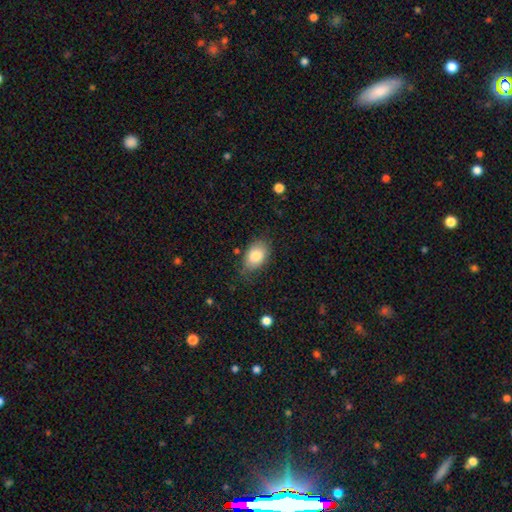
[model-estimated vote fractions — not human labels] Q: Smooth or featured?
A: smooth (83%); runner-up: featured or disk (10%)
Q: How rounded?
A: in between (88%); runner-up: round (11%)
Q: Merging?
A: none (71%); runner-up: minor disturbance (22%)